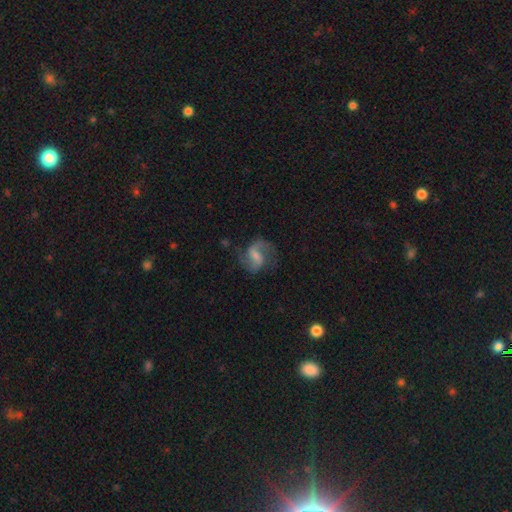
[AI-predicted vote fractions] Smooth or featured: featured or disk — 79% (smooth — 14%)
Edge-on disk: no — 98% (yes — 2%)
Bar: weak — 53% (strong — 26%)
Spiral arms: yes — 94% (no — 6%)
Spiral winding: medium — 47% (loose — 43%)
Spiral arm count: 2 — 88% (can't tell — 4%)
Bulge size: small — 36% (none — 29%)
Merging: none — 66% (minor disturbance — 19%)